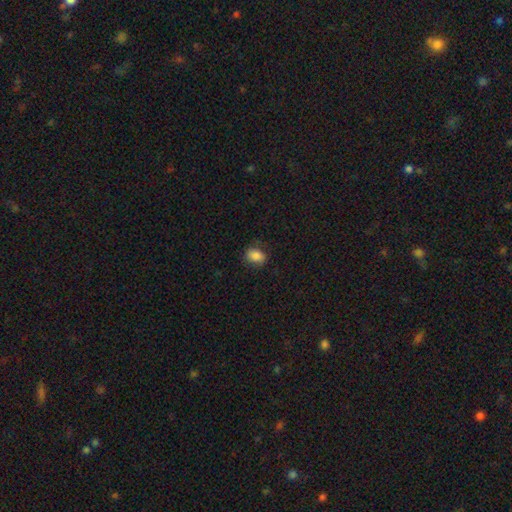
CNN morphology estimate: Q: Smooth or featured?
A: smooth (85%); runner-up: star or artifact (9%)
Q: How rounded?
A: in between (73%); runner-up: round (25%)
Q: Merging?
A: none (80%); runner-up: minor disturbance (15%)